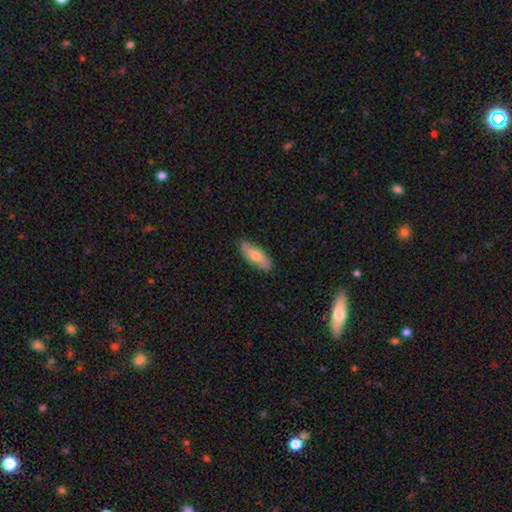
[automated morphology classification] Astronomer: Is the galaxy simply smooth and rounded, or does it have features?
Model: smooth — 70%.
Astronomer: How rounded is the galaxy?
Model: in between — 72%.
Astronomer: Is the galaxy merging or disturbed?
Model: none — 84%.